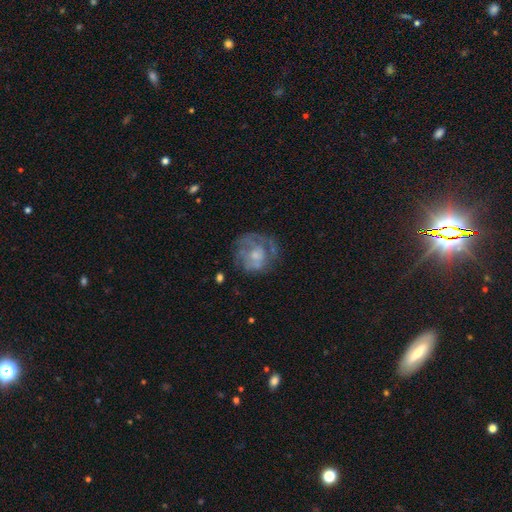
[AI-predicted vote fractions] A featured or disk galaxy (57%) with no bar (82%), no spiral arms (57%) and a moderate central bulge (40%).

Vote fractions:
- Smooth or featured? featured or disk: 57% / smooth: 35% / star or artifact: 8%
- Edge-on disk? no: 98% / yes: 2%
- Bar? no: 82% / weak: 15% / strong: 2%
- Spiral arms? no: 57% / yes: 43%
- Bulge size? moderate: 40% / small: 34% / none: 16% / large: 8% / dominant: 2%
- Merging? none: 55% / minor disturbance: 22% / major disturbance: 21% / merger: 3%